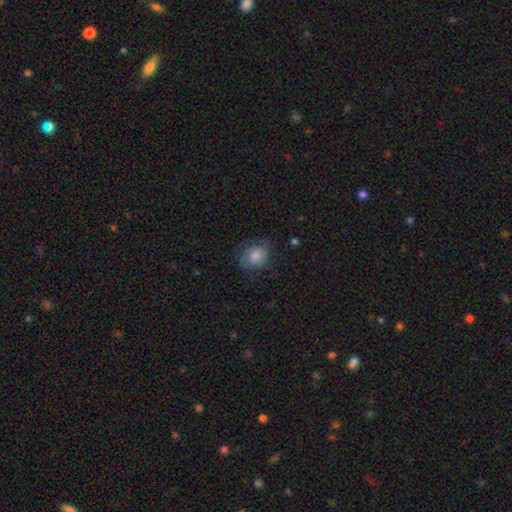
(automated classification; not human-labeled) Smooth or featured: smooth — 67% (featured or disk — 23%)
How rounded: round — 61% (in between — 38%)
Merging: none — 65% (minor disturbance — 23%)